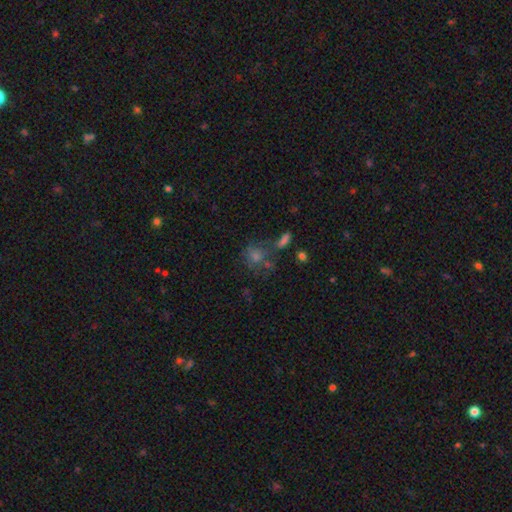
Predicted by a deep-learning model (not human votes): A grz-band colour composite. It shows a smooth galaxy with no disk features (52%) that is round (69%). Merging: none (52%).